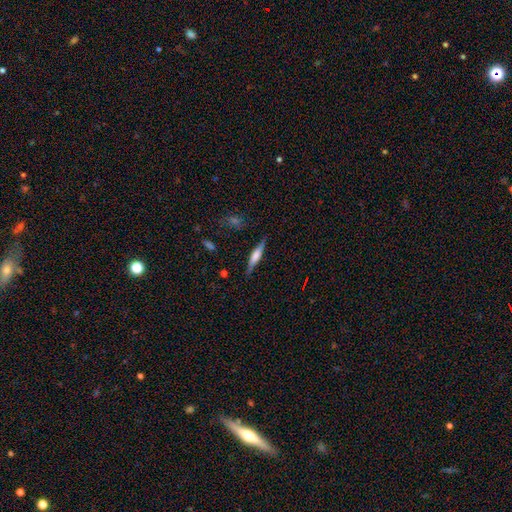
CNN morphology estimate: Smooth or featured: featured or disk — 49% (smooth — 44%)
Merging: none — 82% (minor disturbance — 13%)